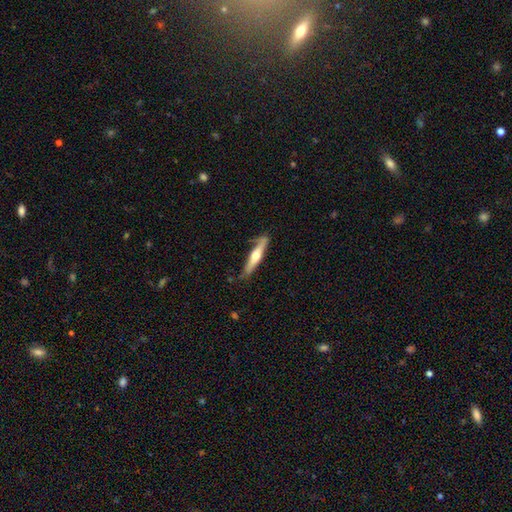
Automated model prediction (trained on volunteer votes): smooth_or_featured: featured or disk (p=0.54) [alt: smooth p=0.41]
disk_edge_on: yes (p=0.93) [alt: no p=0.07]
edge_on_bulge: rounded (p=0.90) [alt: none p=0.06]
merging: none (p=0.74) [alt: minor disturbance p=0.20]